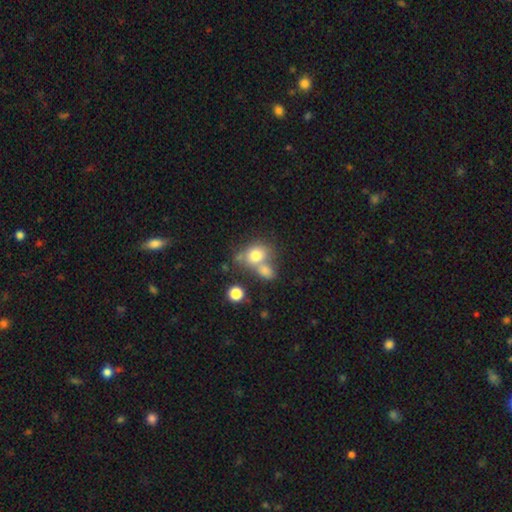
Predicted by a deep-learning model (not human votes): smooth 76%, featured or disk 13%, star or artifact 11%. Down the decision tree: how rounded — round (52%); merging — merger (43%).